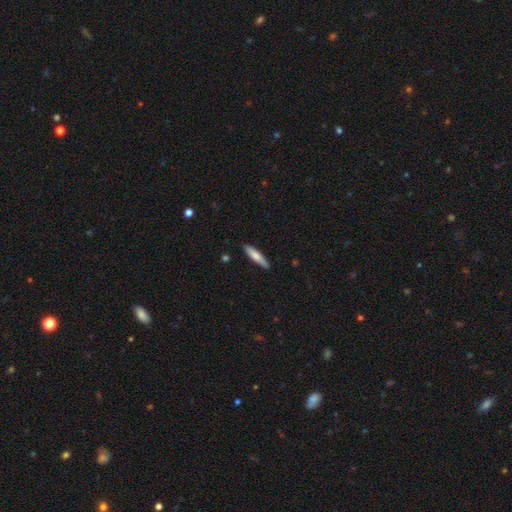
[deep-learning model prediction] This appears to be a smooth galaxy with no disk features (71%) that is cigar-shaped (81%). Merging: none (88%).